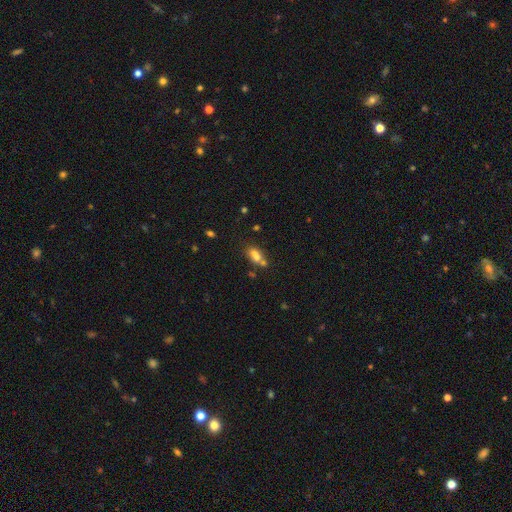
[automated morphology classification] This is likely a smooth galaxy (68%). How rounded: likely in between (74%). Merging: marginally merger (44%).